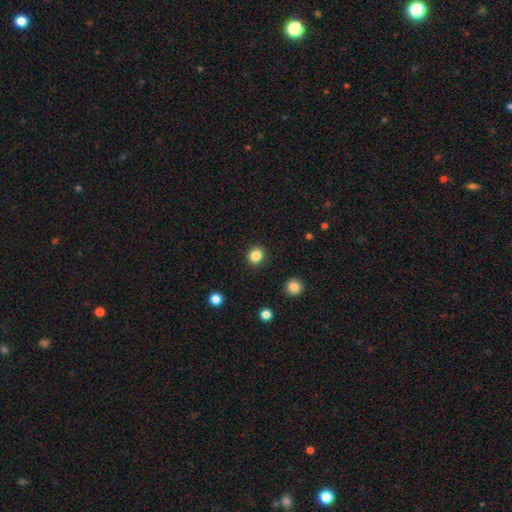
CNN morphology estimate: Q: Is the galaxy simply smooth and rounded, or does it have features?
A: smooth — 85%.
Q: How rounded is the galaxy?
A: round — 82%.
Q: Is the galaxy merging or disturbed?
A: none — 91%.